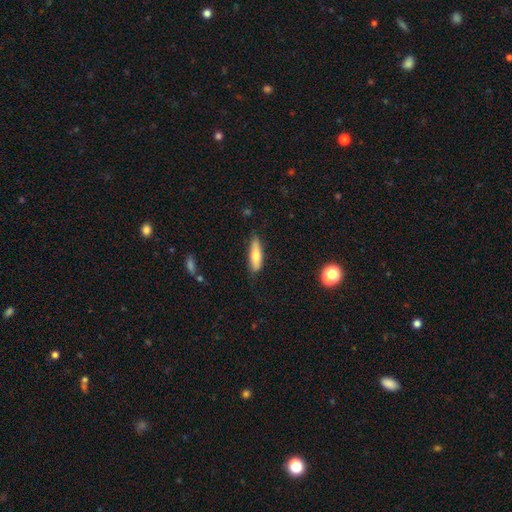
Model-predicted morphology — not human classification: A smooth galaxy with no disk features (70%) that is cigar-shaped (62%).

Vote fractions:
- Smooth or featured? smooth: 70% / featured or disk: 23% / star or artifact: 7%
- How rounded? cigar-shaped: 62% / in between: 36% / round: 2%
- Merging? none: 81% / minor disturbance: 15% / major disturbance: 3% / merger: 2%